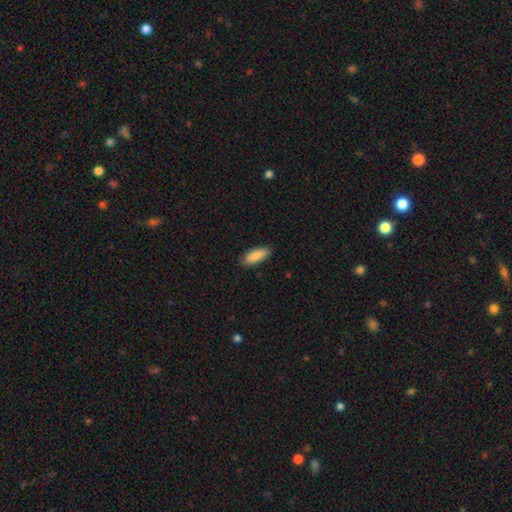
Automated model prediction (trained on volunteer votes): Morphology: type=smooth (89%); roundness=in between (70%); merging=none (87%).